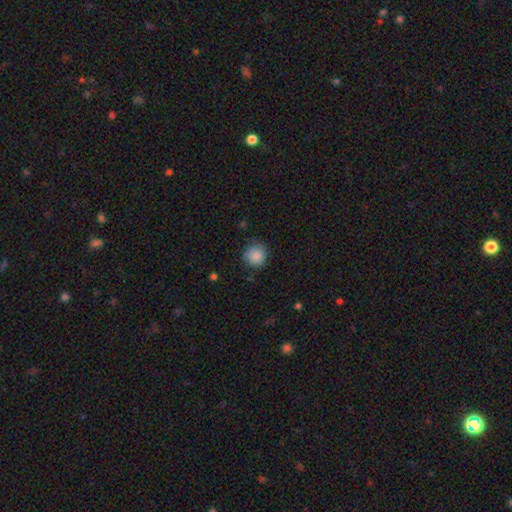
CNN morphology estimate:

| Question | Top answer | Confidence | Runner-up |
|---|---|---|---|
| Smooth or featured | smooth | 87% | star or artifact (8%) |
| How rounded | round | 91% | in between (8%) |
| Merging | none | 78% | minor disturbance (17%) |